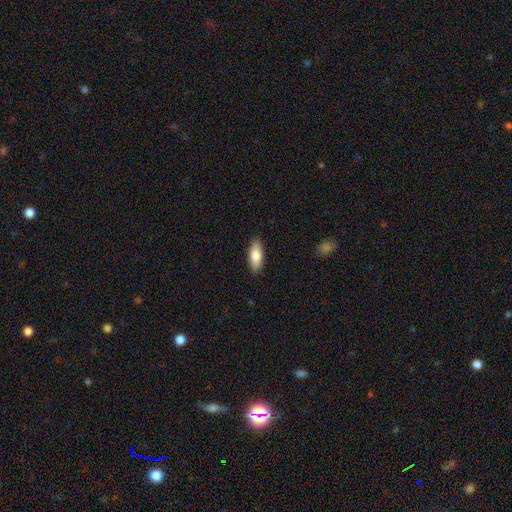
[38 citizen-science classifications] Smooth or featured?
  - smooth: 82% *
  - featured or disk: 16%
  - star or artifact: 3%
How rounded?
  - in between: 55% *
  - cigar-shaped: 42%
  - round: 3%
Merging?
  - none: 89% *
  - minor disturbance: 8%
  - merger: 3%
  - major disturbance: 0%